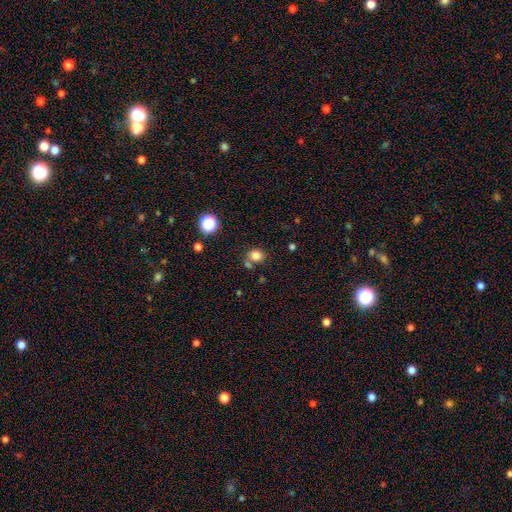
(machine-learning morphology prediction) Smooth or featured? smooth (81%)
How rounded? round (74%)
Merging? none (70%)